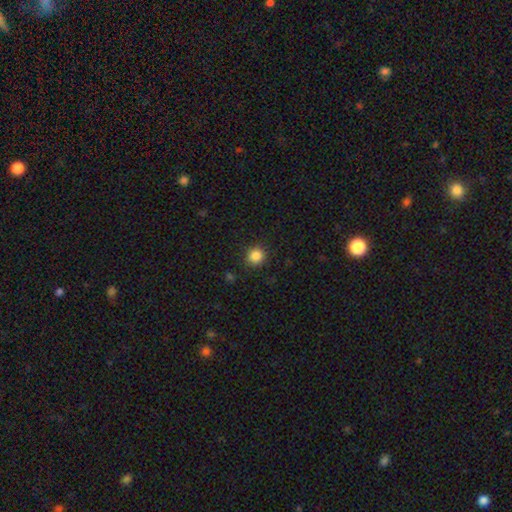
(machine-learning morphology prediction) The model was most divided on "smooth or featured": smooth: 86%, star or artifact: 11%, featured or disk: 4%. More confident: merging — none (90%); how rounded — round (90%).